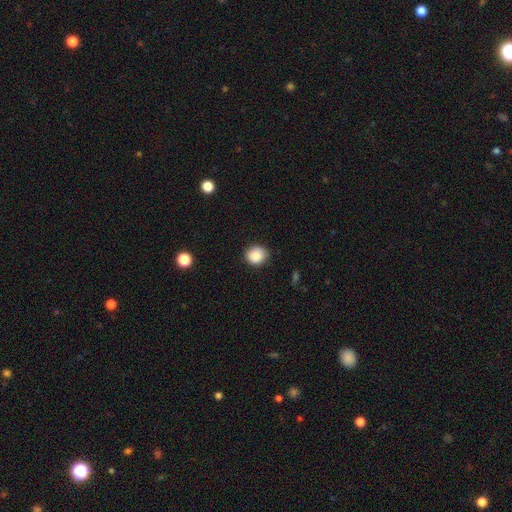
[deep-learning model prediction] This appears to be a smooth galaxy with no disk features (87%) that is round (83%). Merging: none (85%).